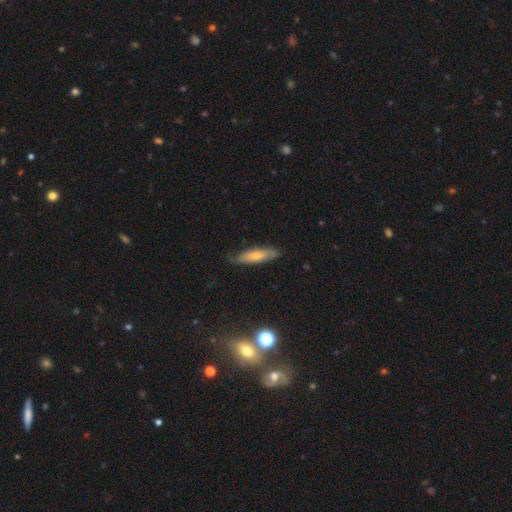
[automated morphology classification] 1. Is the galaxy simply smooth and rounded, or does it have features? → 63% smooth, 30% featured or disk, 7% star or artifact.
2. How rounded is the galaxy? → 70% cigar-shaped, 28% in between, 2% round.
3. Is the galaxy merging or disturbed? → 72% none, 22% minor disturbance, 4% major disturbance, 1% merger.